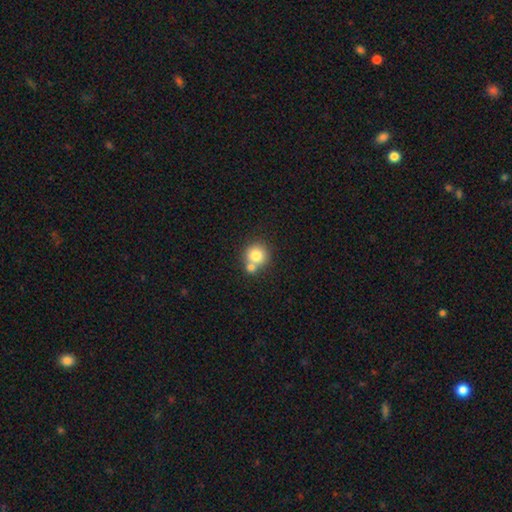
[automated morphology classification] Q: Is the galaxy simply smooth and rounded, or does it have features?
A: smooth — 79%.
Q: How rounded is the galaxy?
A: round — 90%.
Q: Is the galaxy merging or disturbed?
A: none — 51%.